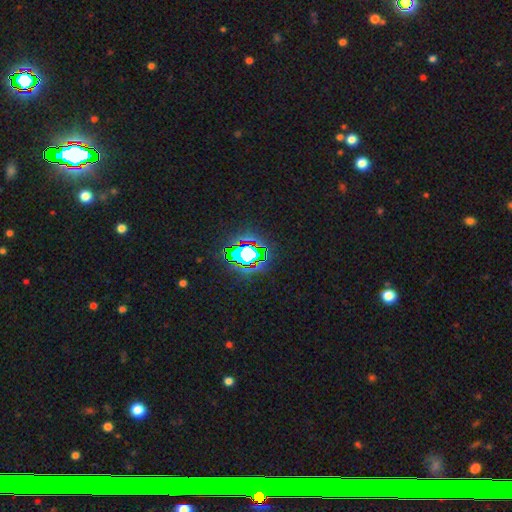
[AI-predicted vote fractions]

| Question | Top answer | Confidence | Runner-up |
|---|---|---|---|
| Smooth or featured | star or artifact | 83% | smooth (10%) |